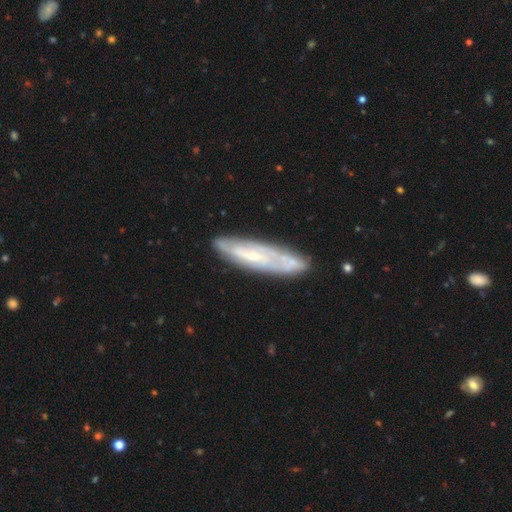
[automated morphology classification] This appears to be a featured or disk galaxy (63%). Merging: none (75%).